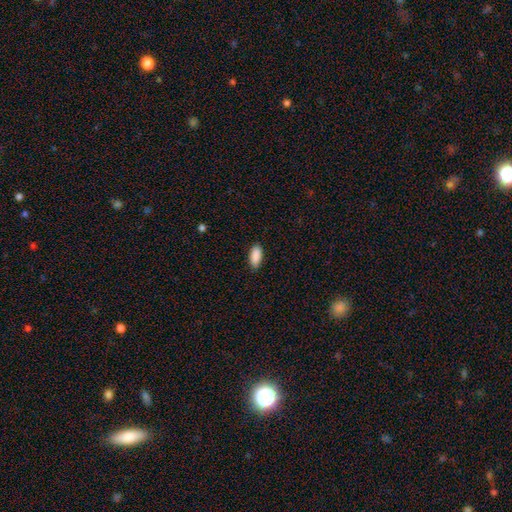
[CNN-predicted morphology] smooth_or_featured: smooth (p=0.90) [alt: star or artifact p=0.06]
how_rounded: in between (p=0.88) [alt: cigar-shaped p=0.10]
merging: none (p=0.86) [alt: minor disturbance p=0.11]